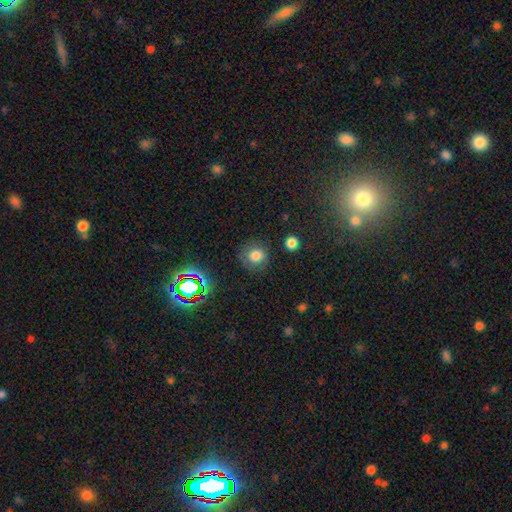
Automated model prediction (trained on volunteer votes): smooth-or-featured: smooth: 75% | star or artifact: 15% | featured or disk: 10%
  how-rounded: round: 86% | in between: 13% | cigar-shaped: 1%
  merging: none: 77% | minor disturbance: 15% | major disturbance: 6% | merger: 2%